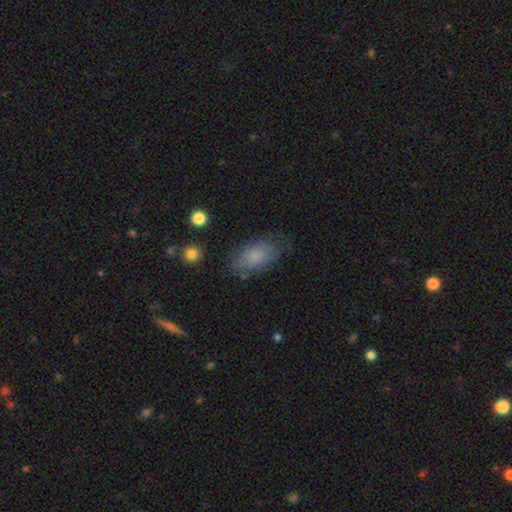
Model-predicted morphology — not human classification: Smooth or featured?
  - smooth: 78% *
  - featured or disk: 14%
  - star or artifact: 8%
How rounded?
  - in between: 92% *
  - round: 5%
  - cigar-shaped: 3%
Merging?
  - none: 65% *
  - minor disturbance: 23%
  - major disturbance: 10%
  - merger: 2%